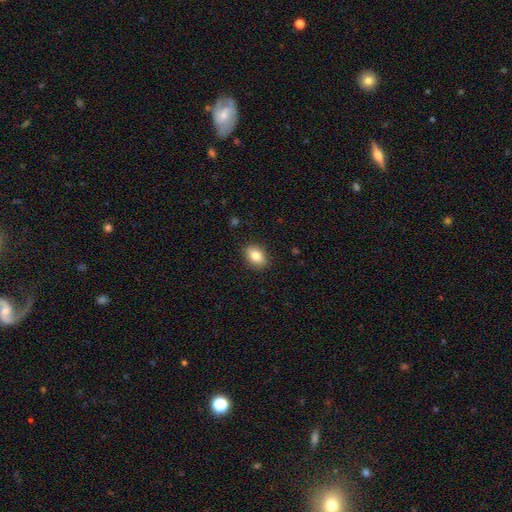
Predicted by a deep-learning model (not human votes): smooth-or-featured: smooth: 83% | featured or disk: 9% | star or artifact: 8%
  how-rounded: in between: 80% | round: 19% | cigar-shaped: 2%
  merging: none: 88% | minor disturbance: 9% | major disturbance: 2% | merger: 1%